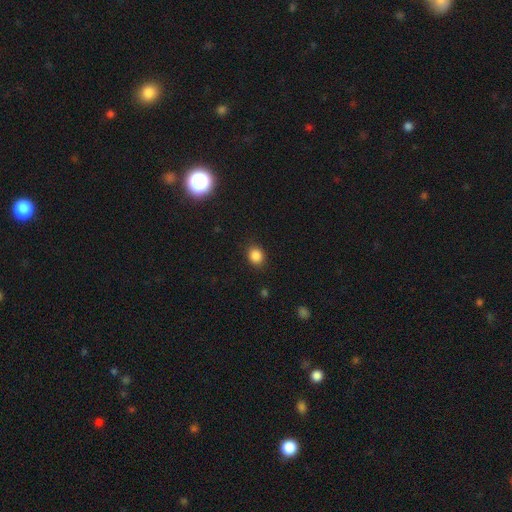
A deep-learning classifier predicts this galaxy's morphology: smooth-or-featured: smooth: 86% | star or artifact: 11% | featured or disk: 4%
  how-rounded: round: 67% | in between: 32% | cigar-shaped: 1%
  merging: none: 87% | minor disturbance: 9% | major disturbance: 3% | merger: 1%